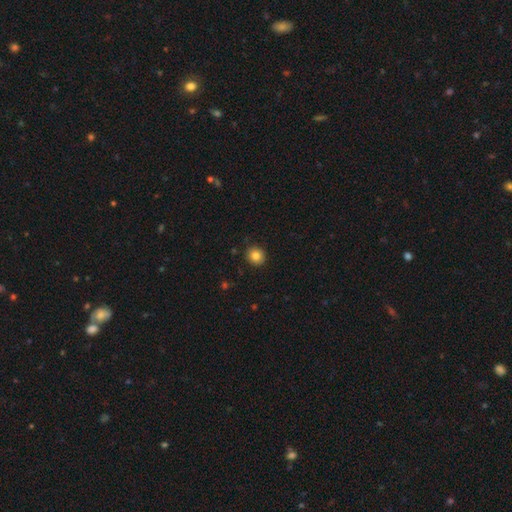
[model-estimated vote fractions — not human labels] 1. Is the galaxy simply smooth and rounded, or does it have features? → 83% smooth, 10% star or artifact, 7% featured or disk.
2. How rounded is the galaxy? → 88% round, 11% in between, 1% cigar-shaped.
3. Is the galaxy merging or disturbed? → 90% none, 8% minor disturbance, 2% major disturbance, 1% merger.